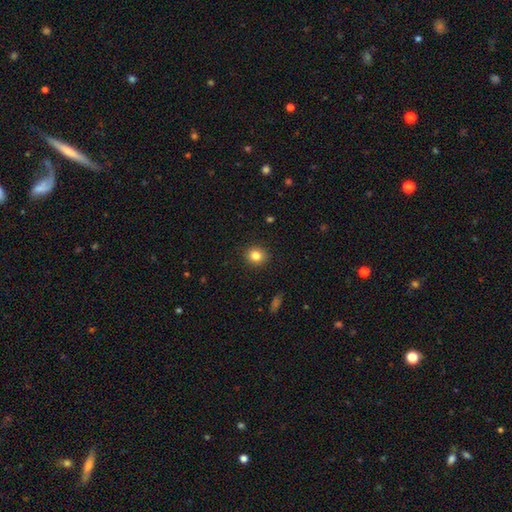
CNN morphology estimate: The model was most divided on "how rounded": round: 80%, in between: 19%, cigar-shaped: 1%. More confident: merging — none (91%); smooth or featured — smooth (83%).